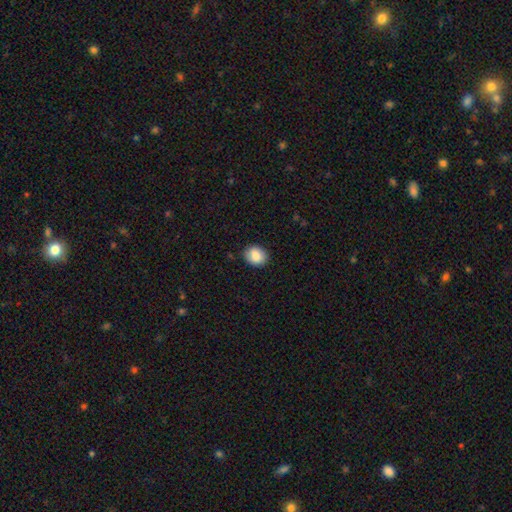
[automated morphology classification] This appears to be a smooth galaxy with no disk features (86%) that is round (53%). Merging: none (87%).